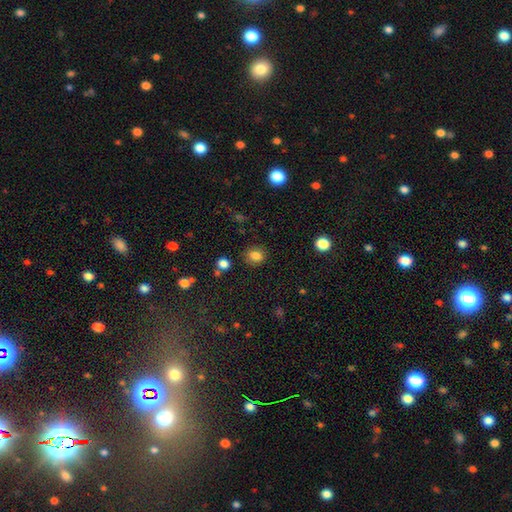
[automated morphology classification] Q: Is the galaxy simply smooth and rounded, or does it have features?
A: smooth — 82%.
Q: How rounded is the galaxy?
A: round — 68%.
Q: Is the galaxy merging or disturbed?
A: none — 85%.